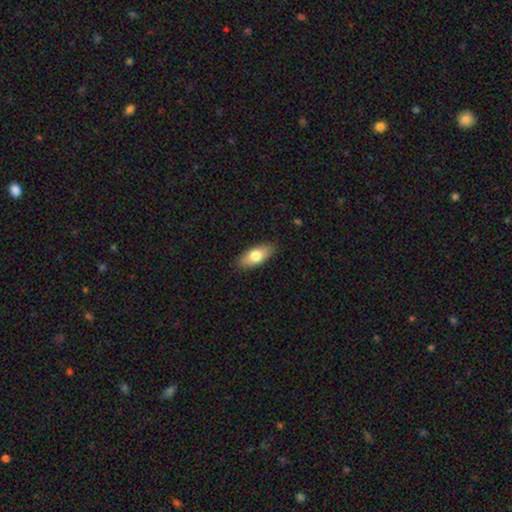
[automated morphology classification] This is likely a smooth galaxy (75%). How rounded: clearly in between (86%). Merging: clearly none (87%).